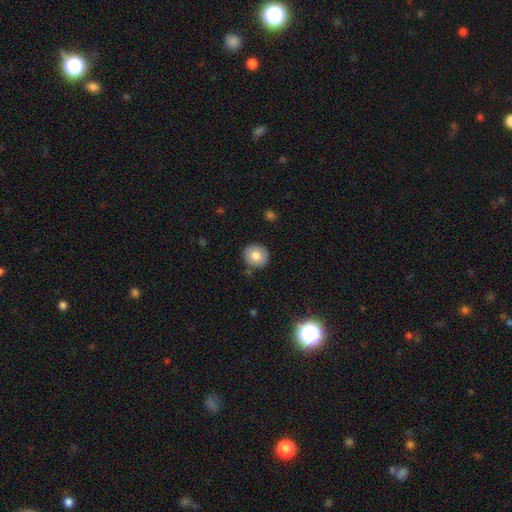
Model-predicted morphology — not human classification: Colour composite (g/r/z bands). It shows a smooth galaxy with no disk features (79%) that is round (88%). Merging: none (85%).